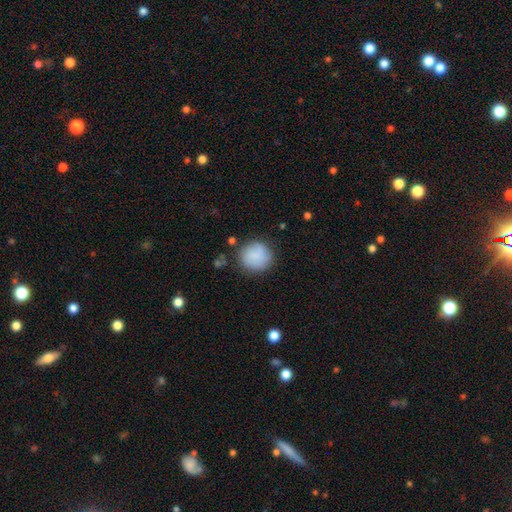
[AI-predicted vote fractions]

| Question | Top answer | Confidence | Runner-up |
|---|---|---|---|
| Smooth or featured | smooth | 84% | featured or disk (9%) |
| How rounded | round | 90% | in between (9%) |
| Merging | none | 78% | minor disturbance (14%) |